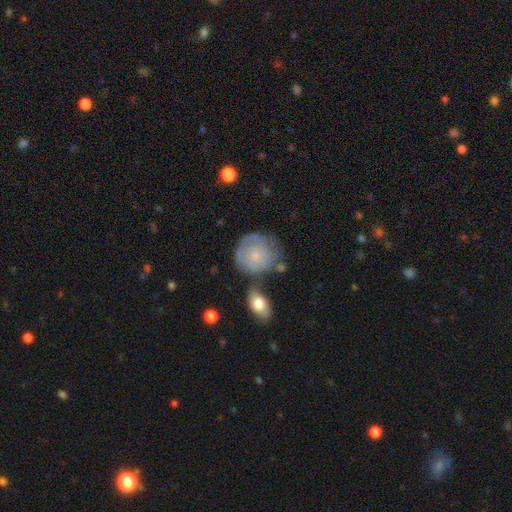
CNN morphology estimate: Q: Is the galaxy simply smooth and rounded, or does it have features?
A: smooth — 54%.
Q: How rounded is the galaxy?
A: round — 84%.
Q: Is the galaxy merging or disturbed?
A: none — 50%.